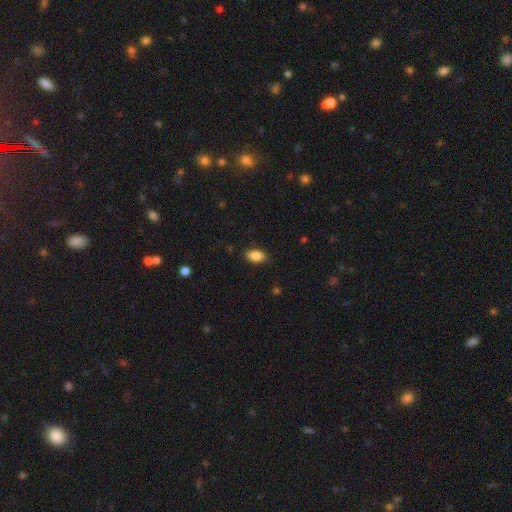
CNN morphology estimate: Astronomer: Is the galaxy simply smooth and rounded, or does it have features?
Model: smooth — 87%.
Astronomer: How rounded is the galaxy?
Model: in between — 91%.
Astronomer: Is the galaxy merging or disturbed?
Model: none — 85%.